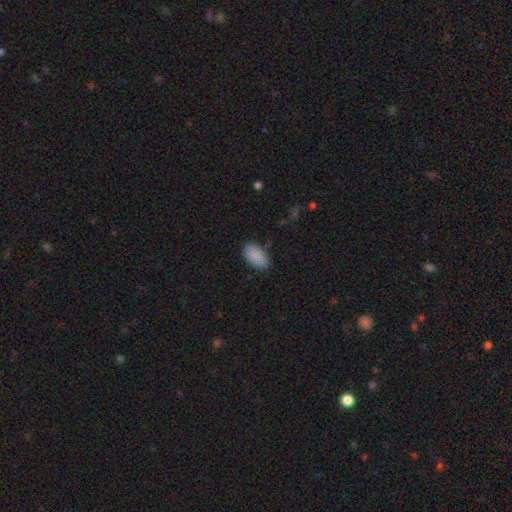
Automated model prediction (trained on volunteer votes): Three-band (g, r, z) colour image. It shows a smooth galaxy with no disk features (88%) that is in between round and cigar-shaped (94%). Merging: none (79%).